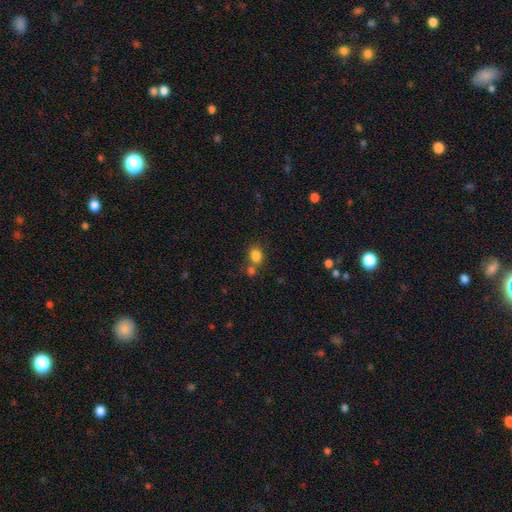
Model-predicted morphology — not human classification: This is clearly a smooth galaxy (82%). How rounded: possibly in between (52%). Merging: possibly none (56%).